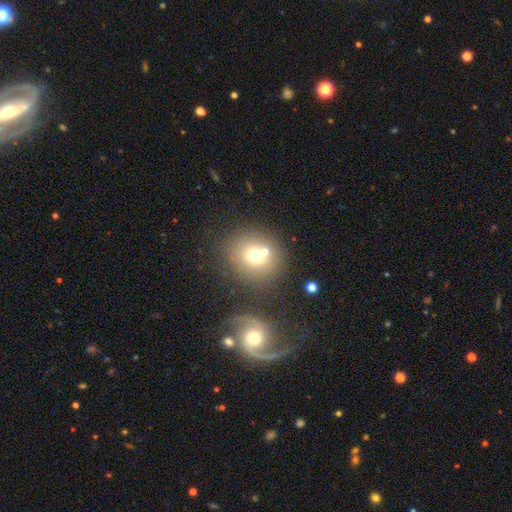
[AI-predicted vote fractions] Smooth or featured: smooth — 70% (featured or disk — 16%)
How rounded: round — 85% (in between — 14%)
Merging: none — 65% (merger — 19%)